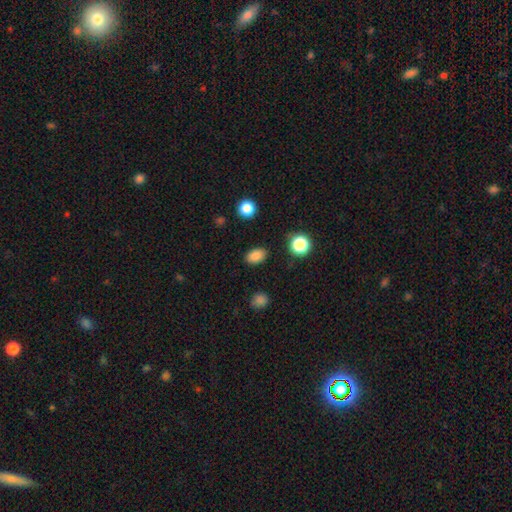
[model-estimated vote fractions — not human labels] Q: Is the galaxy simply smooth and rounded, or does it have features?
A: smooth — 85%.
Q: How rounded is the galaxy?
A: in between — 81%.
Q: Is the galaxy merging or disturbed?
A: none — 88%.